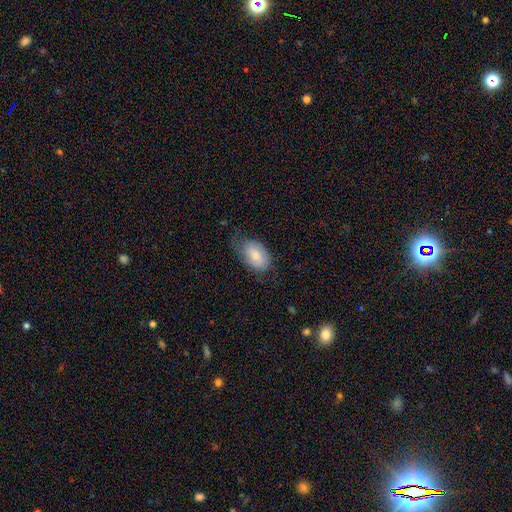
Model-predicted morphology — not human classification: Smooth or featured? Predicted: smooth (p=0.68). How rounded? Predicted: in between (p=0.92). Merging? Predicted: none (p=0.51).